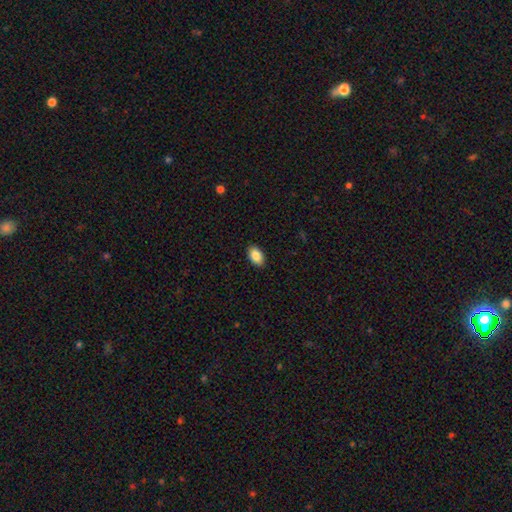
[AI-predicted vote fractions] This is clearly a smooth galaxy (88%). How rounded: clearly in between (93%). Merging: clearly none (90%).